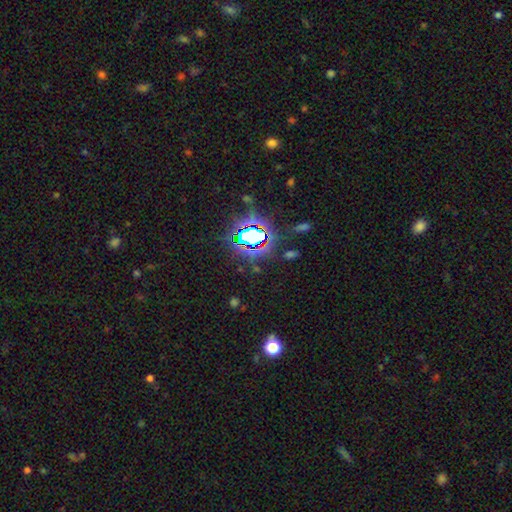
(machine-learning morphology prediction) type=star or artifact (79%).